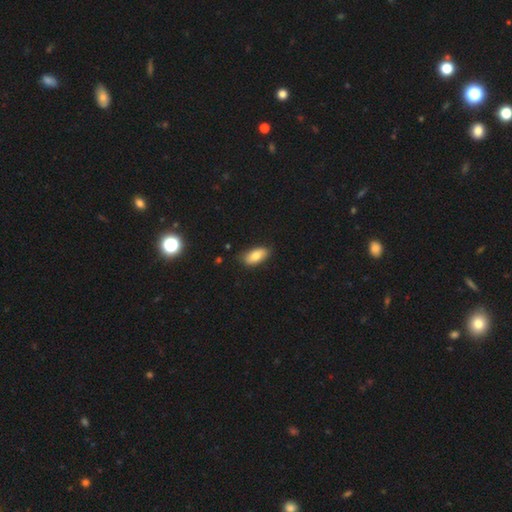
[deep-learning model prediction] Smooth or featured?
  - smooth: 81% *
  - featured or disk: 12%
  - star or artifact: 7%
How rounded?
  - in between: 91% *
  - cigar-shaped: 7%
  - round: 3%
Merging?
  - none: 81% *
  - minor disturbance: 15%
  - major disturbance: 2%
  - merger: 1%